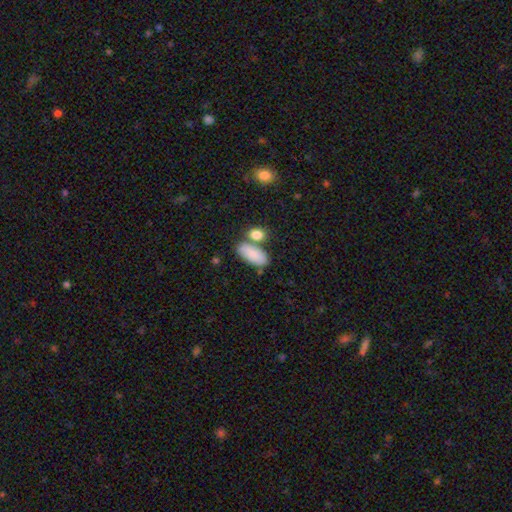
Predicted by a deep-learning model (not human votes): Smooth or featured? smooth (86%)
How rounded? in between (88%)
Merging? none (57%)